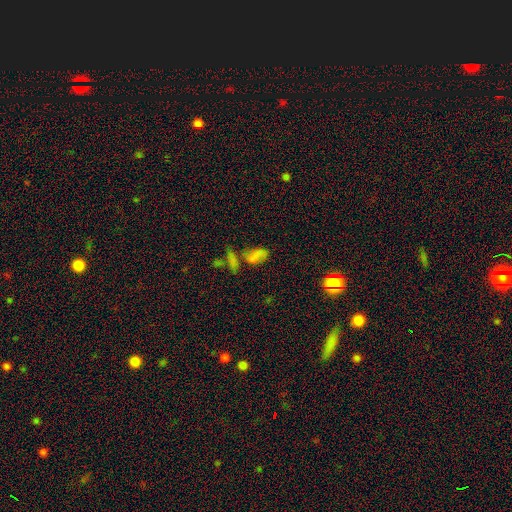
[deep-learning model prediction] Smooth or featured: smooth — 61% (star or artifact — 21%)
How rounded: in between — 85% (cigar-shaped — 8%)
Merging: none — 37% (merger — 32%)